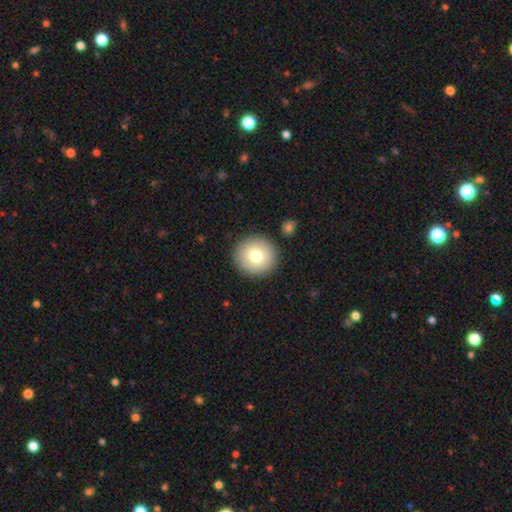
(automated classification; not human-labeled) Smooth or featured?
  - smooth: 73% *
  - featured or disk: 17%
  - star or artifact: 9%
How rounded?
  - round: 93% *
  - in between: 6%
  - cigar-shaped: 1%
Merging?
  - none: 89% *
  - minor disturbance: 6%
  - merger: 3%
  - major disturbance: 2%